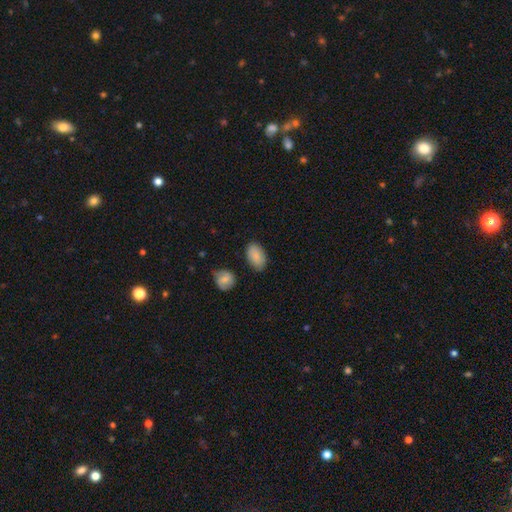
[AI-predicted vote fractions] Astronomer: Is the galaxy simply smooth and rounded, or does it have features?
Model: smooth — 84%.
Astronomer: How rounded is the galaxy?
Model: in between — 92%.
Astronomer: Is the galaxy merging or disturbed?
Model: none — 79%.